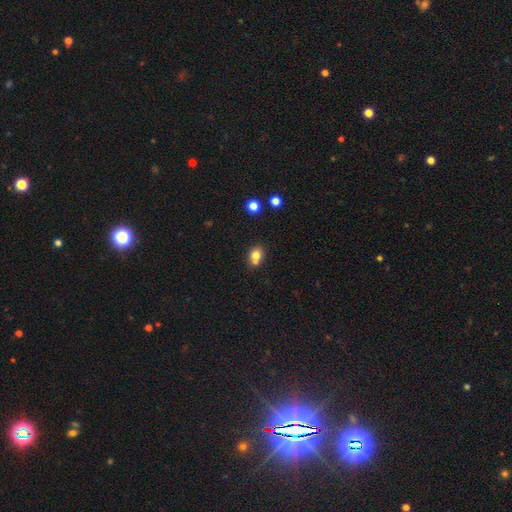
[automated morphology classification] A smooth galaxy with no disk features (76%) that is round (63%).

Vote fractions:
- Smooth or featured? smooth: 76% / star or artifact: 13% / featured or disk: 12%
- How rounded? round: 63% / in between: 36% / cigar-shaped: 1%
- Merging? none: 53% / merger: 35% / minor disturbance: 9% / major disturbance: 3%